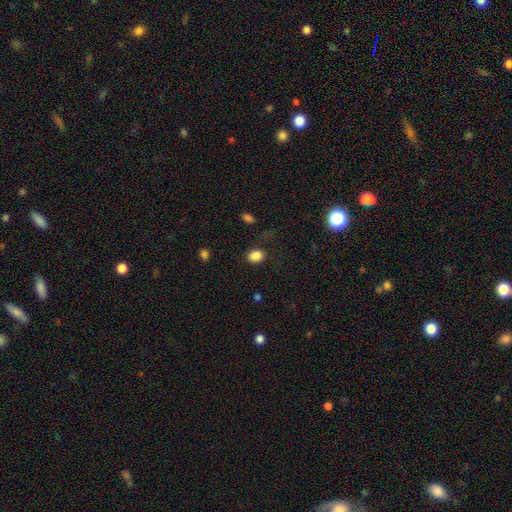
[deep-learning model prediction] Smooth or featured: smooth — 86% (star or artifact — 10%)
How rounded: in between — 56% (round — 43%)
Merging: none — 76% (minor disturbance — 15%)